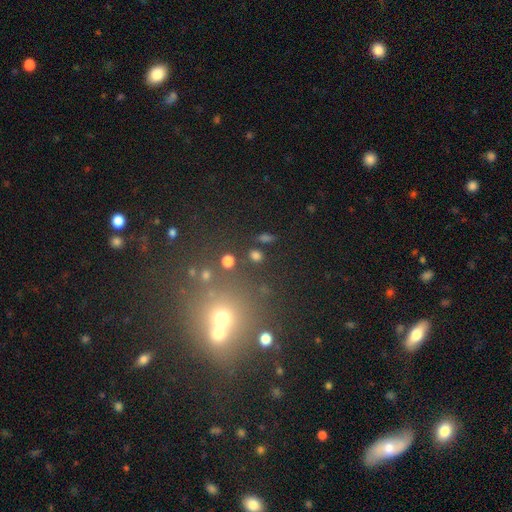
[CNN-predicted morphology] type=smooth (75%); roundness=in between (48%); merging=none (84%).